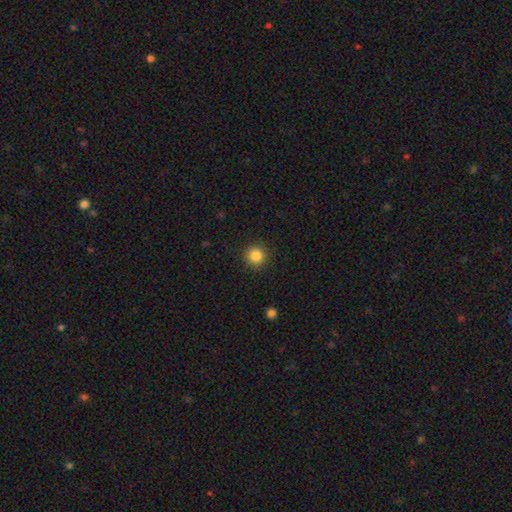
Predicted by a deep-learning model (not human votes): smooth_or_featured: smooth (p=0.84) [alt: star or artifact p=0.11]
how_rounded: round (p=0.95) [alt: in between p=0.04]
merging: none (p=0.92) [alt: minor disturbance p=0.05]